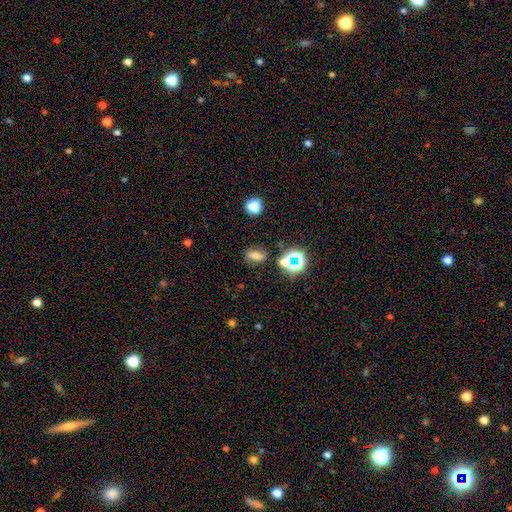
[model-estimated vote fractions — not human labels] smooth-or-featured: smooth: 61% | star or artifact: 25% | featured or disk: 14%
  how-rounded: in between: 68% | round: 19% | cigar-shaped: 13%
  merging: none: 75% | minor disturbance: 14% | merger: 5% | major disturbance: 5%